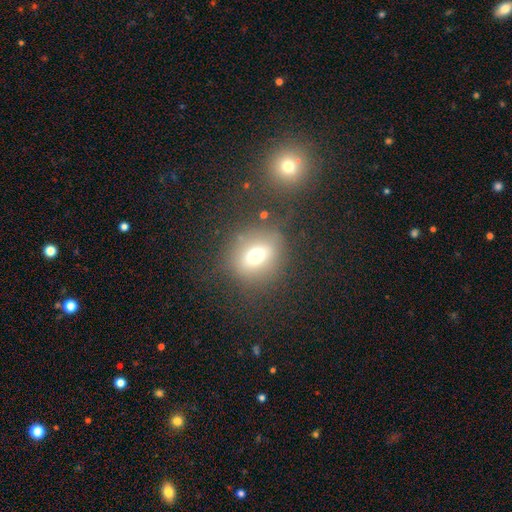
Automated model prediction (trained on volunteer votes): The model was most divided on "how rounded": round: 63%, in between: 35%, cigar-shaped: 2%. More confident: merging — none (74%); smooth or featured — smooth (67%).